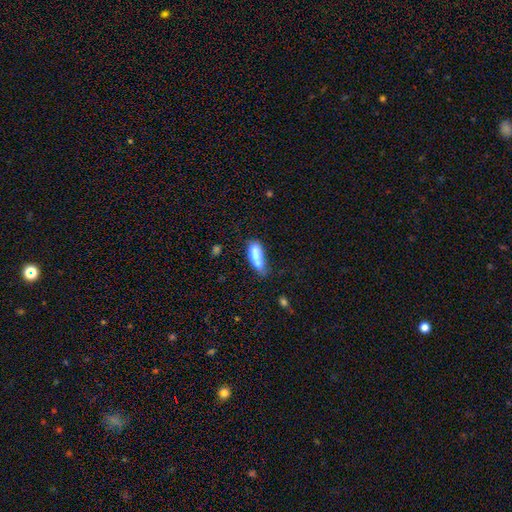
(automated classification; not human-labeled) This appears to be a smooth galaxy with no disk features (76%) that is in between round and cigar-shaped (67%). Merging: none (38%).